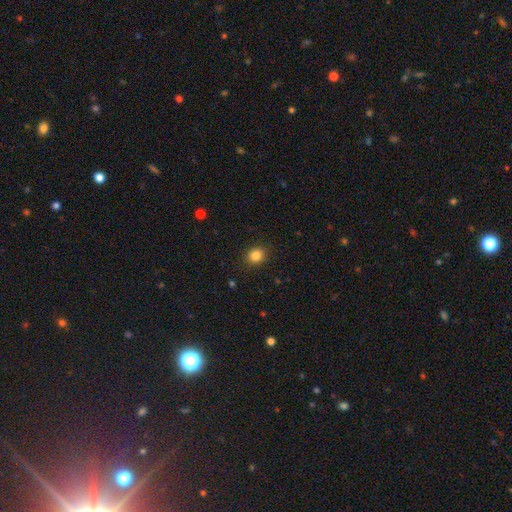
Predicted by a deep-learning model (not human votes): A smooth galaxy with no disk features (84%) that is round (70%). Merging: none (89%).